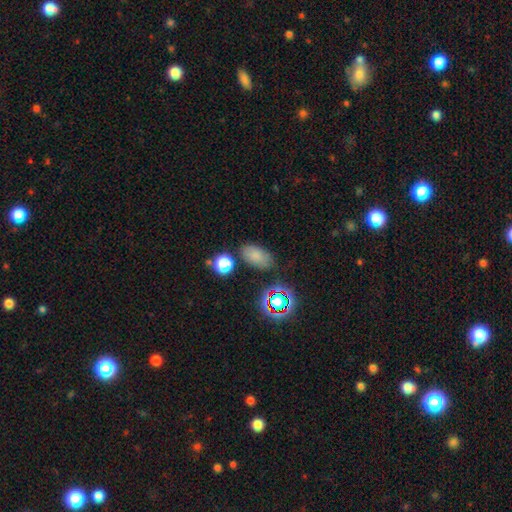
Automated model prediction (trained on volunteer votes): Smooth or featured: smooth — 73% (star or artifact — 18%)
How rounded: in between — 88% (round — 9%)
Merging: none — 76% (minor disturbance — 14%)